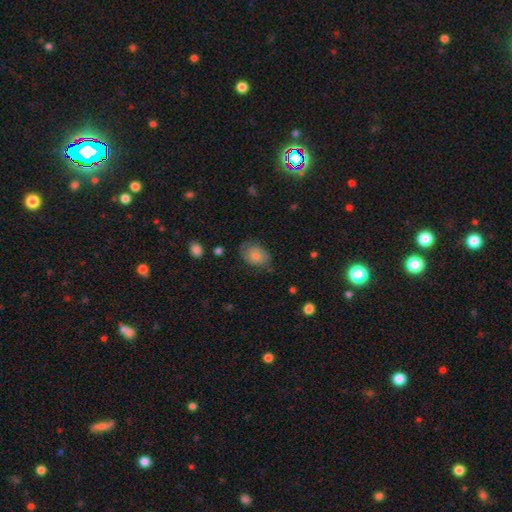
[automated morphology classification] smooth_or_featured: smooth (p=0.67) [alt: featured or disk p=0.25]
how_rounded: in between (p=0.74) [alt: round p=0.25]
merging: none (p=0.63) [alt: minor disturbance p=0.27]